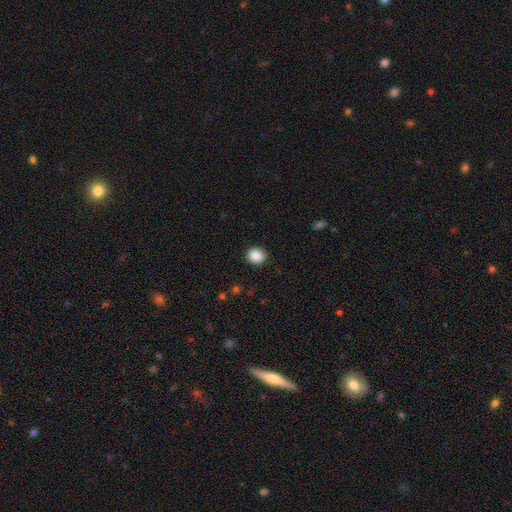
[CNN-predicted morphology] type=smooth (88%); roundness=round (78%); merging=none (90%).